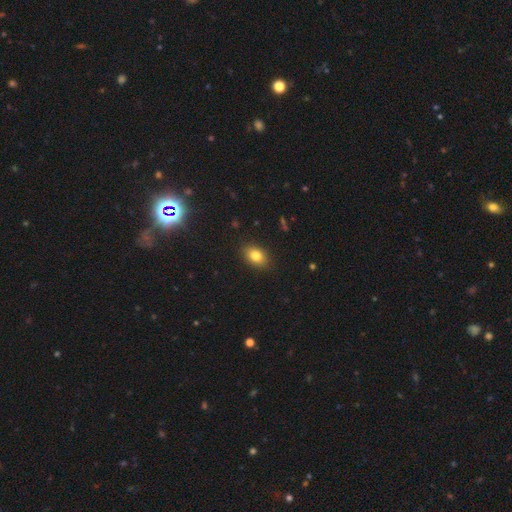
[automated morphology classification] The model was most divided on "how rounded": in between: 79%, round: 19%, cigar-shaped: 2%. More confident: merging — none (86%); smooth or featured — smooth (82%).